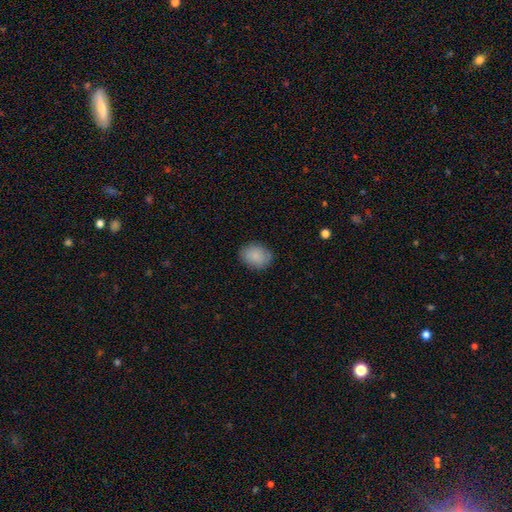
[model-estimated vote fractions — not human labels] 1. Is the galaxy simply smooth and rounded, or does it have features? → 88% smooth, 7% star or artifact, 5% featured or disk.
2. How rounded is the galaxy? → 61% in between, 38% round, 1% cigar-shaped.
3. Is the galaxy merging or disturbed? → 83% none, 13% minor disturbance, 3% major disturbance, 1% merger.